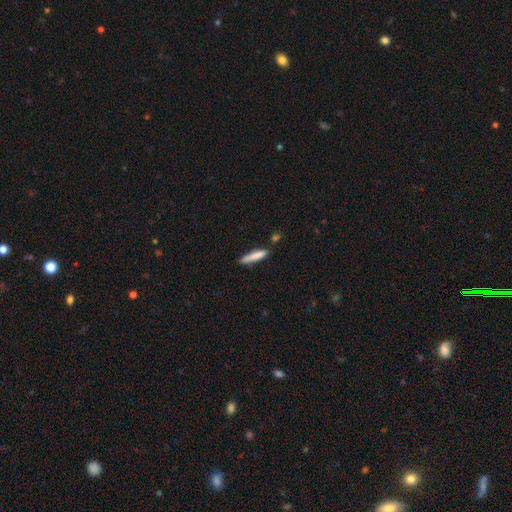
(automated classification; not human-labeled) smooth 82%, featured or disk 12%, star or artifact 6%. Down the decision tree: how rounded — cigar-shaped (88%); merging — none (75%).